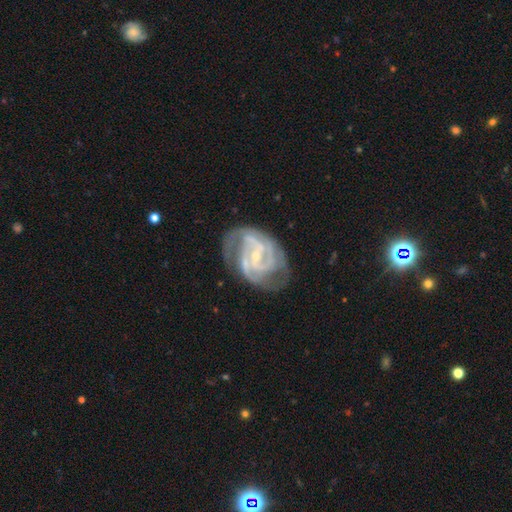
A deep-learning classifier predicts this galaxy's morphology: A featured or disk galaxy (91%) with a weak bar (46%), 2 (38%) tight (48%) spiral arms (98%) and a small central bulge (74%). Merging: none (66%).